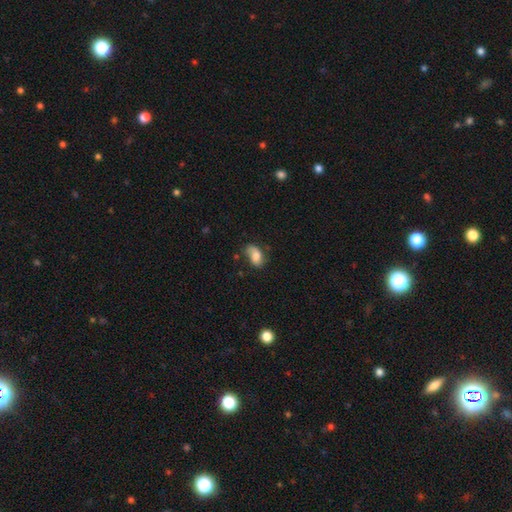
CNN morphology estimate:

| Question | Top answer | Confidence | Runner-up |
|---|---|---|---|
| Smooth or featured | smooth | 72% | featured or disk (20%) |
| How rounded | in between | 89% | round (9%) |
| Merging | none | 51% | minor disturbance (32%) |